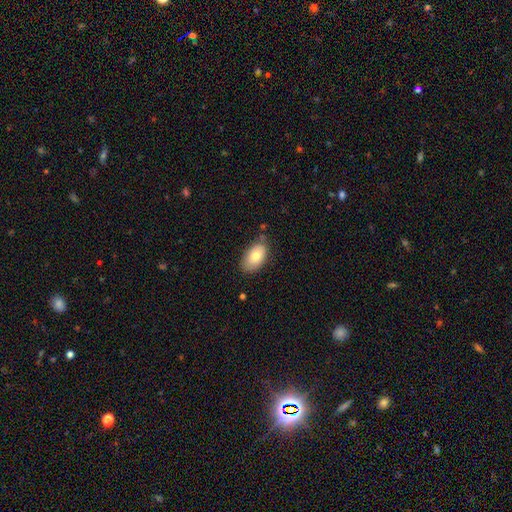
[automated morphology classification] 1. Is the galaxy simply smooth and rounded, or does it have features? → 77% smooth, 16% featured or disk, 7% star or artifact.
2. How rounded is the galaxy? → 93% in between, 5% round, 2% cigar-shaped.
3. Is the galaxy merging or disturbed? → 72% none, 21% minor disturbance, 4% major disturbance, 3% merger.